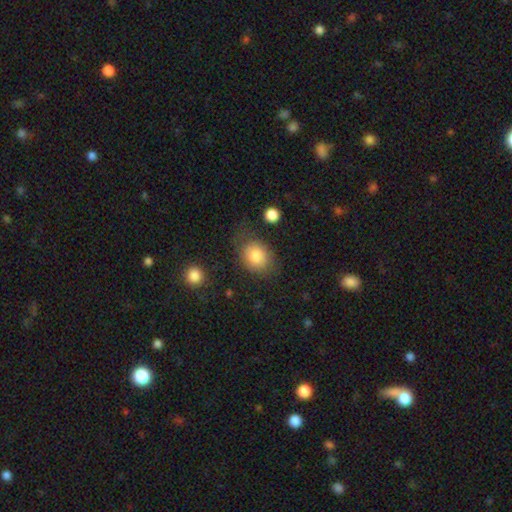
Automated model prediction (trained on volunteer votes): smooth_or_featured: smooth (p=0.83) [alt: featured or disk p=0.09]
how_rounded: in between (p=0.52) [alt: round p=0.47]
merging: none (p=0.67) [alt: minor disturbance p=0.20]